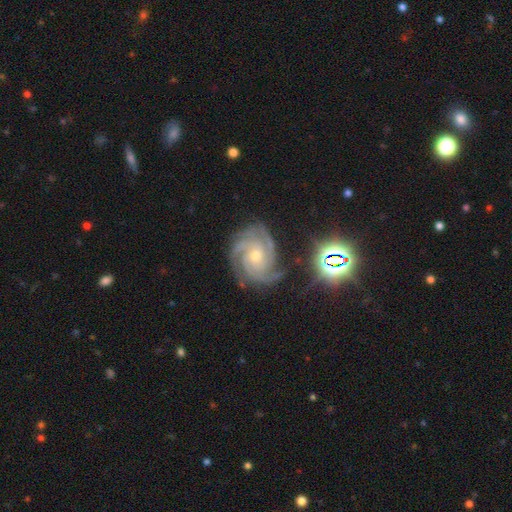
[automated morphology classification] featured or disk 89%, star or artifact 7%, smooth 4%. Down the decision tree: edge-on disk — no (98%); bar — no (73%); spiral arms — yes (99%); spiral arm count — 4 (36%); spiral winding — tight (70%); bulge size — small (59%); merging — none (77%).